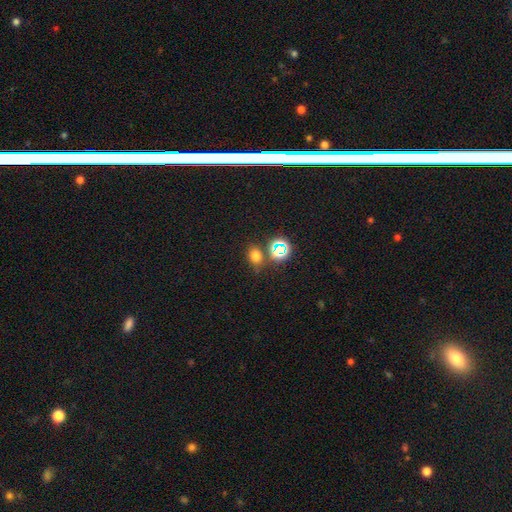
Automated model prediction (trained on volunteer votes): A smooth galaxy with no disk features (67%) that is round (54%). Merging: none (71%).